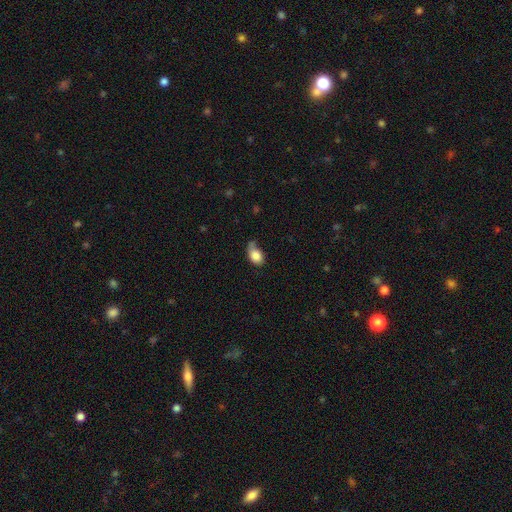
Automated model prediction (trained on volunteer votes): Overall: smooth (83%). How rounded: in between (80%). Merging: none (40%; minor disturbance 36%).